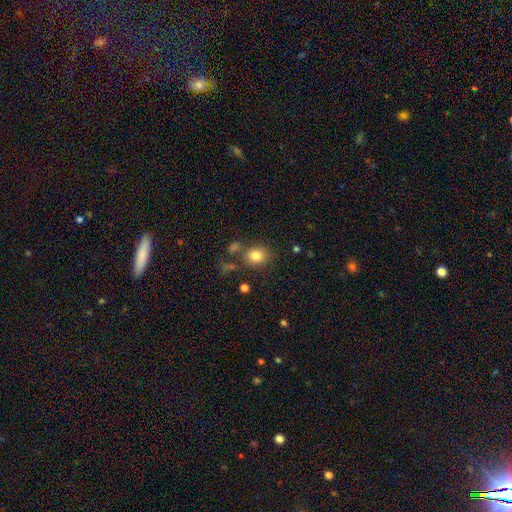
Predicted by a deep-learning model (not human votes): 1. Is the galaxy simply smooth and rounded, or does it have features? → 82% smooth, 11% star or artifact, 8% featured or disk.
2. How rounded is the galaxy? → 60% round, 39% in between, 1% cigar-shaped.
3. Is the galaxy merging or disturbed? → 72% none, 13% minor disturbance, 10% merger, 5% major disturbance.